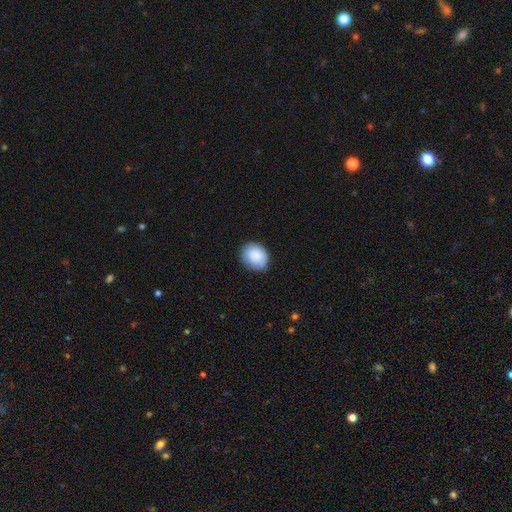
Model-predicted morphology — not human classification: smooth-or-featured: smooth: 88% | star or artifact: 7% | featured or disk: 6%
  how-rounded: round: 61% | in between: 38% | cigar-shaped: 1%
  merging: none: 83% | minor disturbance: 14% | major disturbance: 3% | merger: 1%